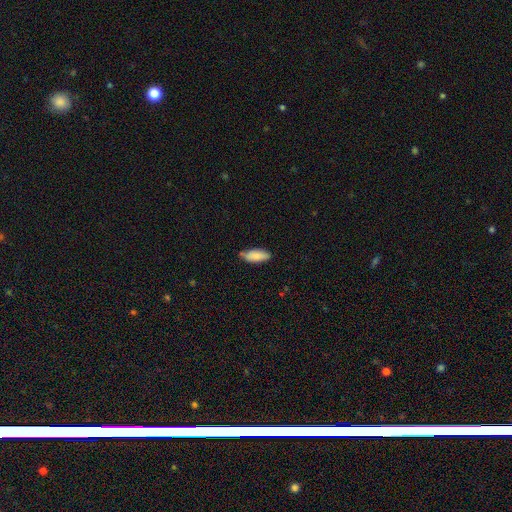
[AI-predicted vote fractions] This appears to be a smooth galaxy with no disk features (86%) that is in between round and cigar-shaped (77%). Merging: none (77%).